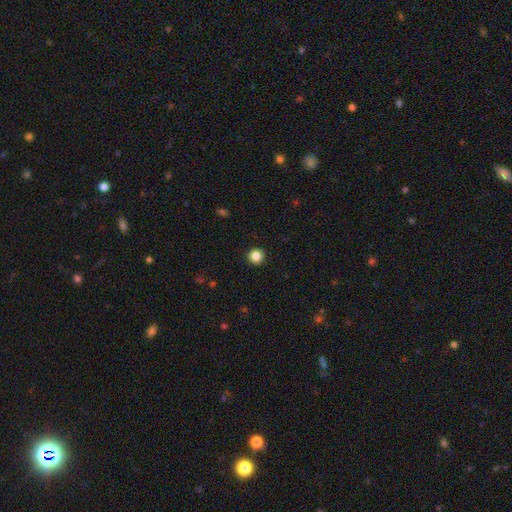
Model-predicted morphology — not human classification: This is clearly a smooth galaxy (85%). How rounded: clearly round (96%). Merging: clearly none (93%).